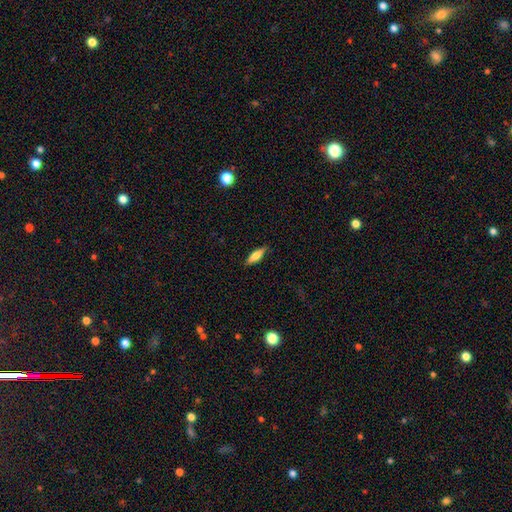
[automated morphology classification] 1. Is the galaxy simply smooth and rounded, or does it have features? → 68% smooth, 25% featured or disk, 7% star or artifact.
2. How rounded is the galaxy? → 53% cigar-shaped, 45% in between, 2% round.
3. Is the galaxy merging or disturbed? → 85% none, 11% minor disturbance, 2% major disturbance, 1% merger.